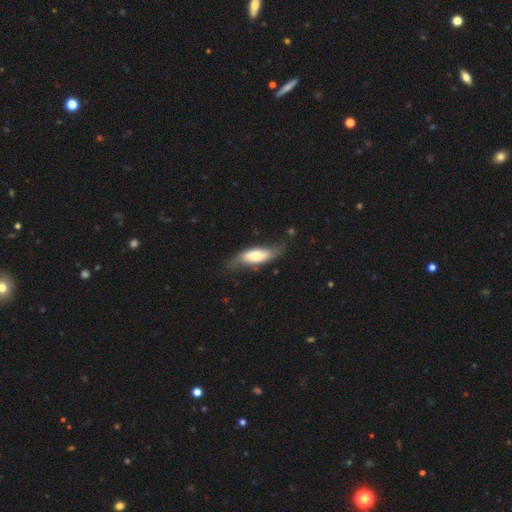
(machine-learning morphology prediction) type=smooth (51%); roundness=in between (66%); merging=none (62%).